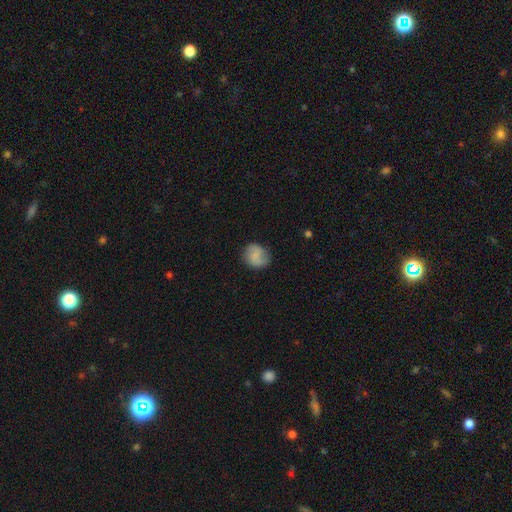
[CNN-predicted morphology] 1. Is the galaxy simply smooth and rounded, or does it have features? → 64% smooth, 27% featured or disk, 8% star or artifact.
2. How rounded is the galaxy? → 75% round, 24% in between, 1% cigar-shaped.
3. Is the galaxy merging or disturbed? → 79% none, 16% minor disturbance, 4% major disturbance, 1% merger.